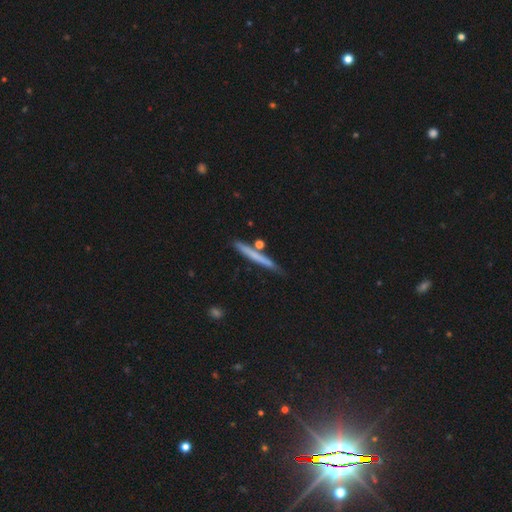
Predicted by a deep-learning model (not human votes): This is possibly a smooth galaxy (59%). How rounded: clearly cigar-shaped (96%). Merging: likely none (80%).